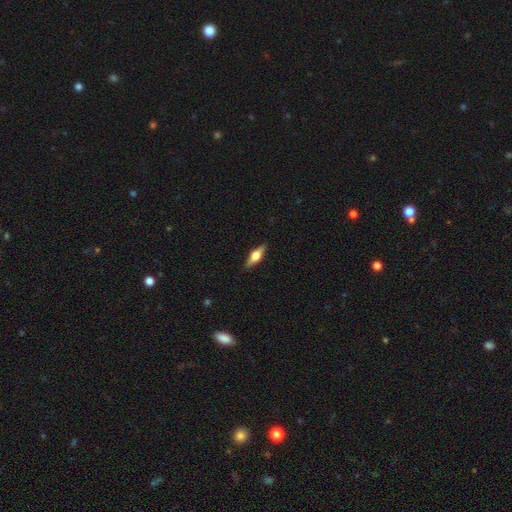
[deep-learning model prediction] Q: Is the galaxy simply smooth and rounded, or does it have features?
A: featured or disk — 56%.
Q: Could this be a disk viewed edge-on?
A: yes — 95%.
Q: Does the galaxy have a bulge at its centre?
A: rounded — 93%.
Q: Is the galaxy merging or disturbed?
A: none — 88%.